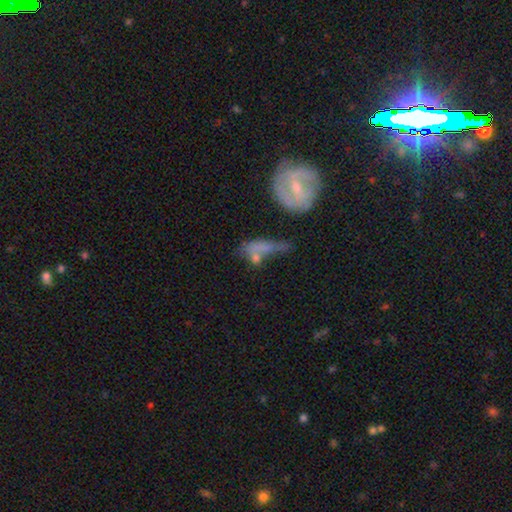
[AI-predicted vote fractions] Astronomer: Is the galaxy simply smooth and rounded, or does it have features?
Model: smooth — 51% (runner-up: featured or disk, 34%).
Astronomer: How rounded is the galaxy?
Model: in between — 52% (runner-up: cigar-shaped, 33%).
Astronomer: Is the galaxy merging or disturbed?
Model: none — 34% (runner-up: merger, 24%).